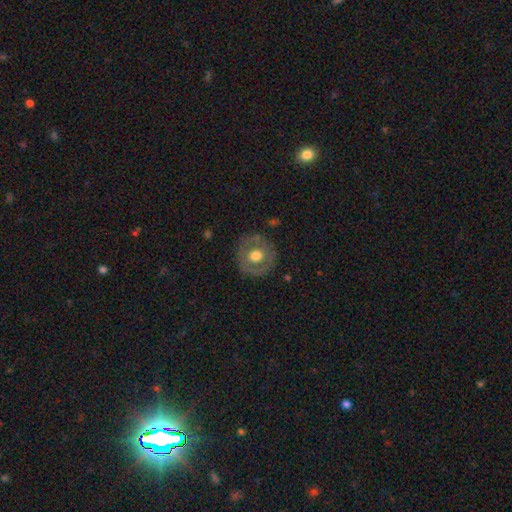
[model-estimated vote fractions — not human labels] Overall: smooth (51%; featured or disk 41%). How rounded: round (91%). Merging: none (82%).